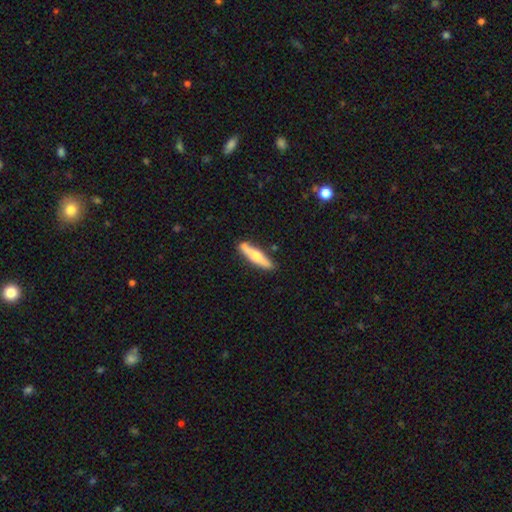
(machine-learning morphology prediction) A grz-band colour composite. It shows a featured or disk galaxy (49%). Merging: none (83%).